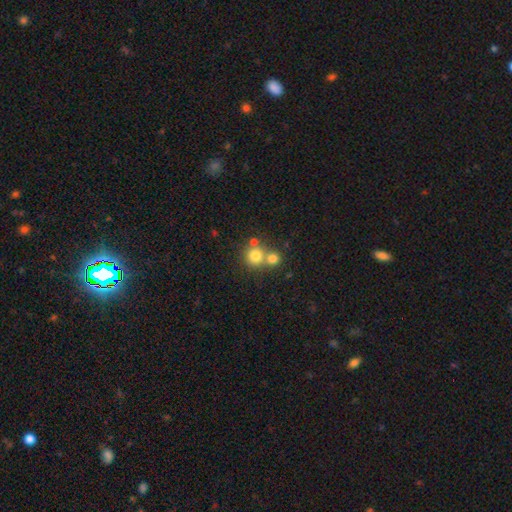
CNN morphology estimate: Smooth or featured?
  - smooth: 77% *
  - star or artifact: 13%
  - featured or disk: 10%
How rounded?
  - round: 90% *
  - in between: 9%
  - cigar-shaped: 1%
Merging?
  - none: 51% *
  - merger: 40%
  - minor disturbance: 7%
  - major disturbance: 3%